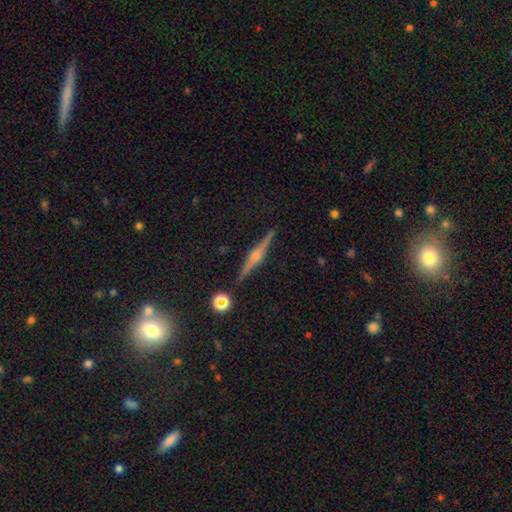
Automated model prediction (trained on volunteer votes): The model was most divided on "smooth or featured": featured or disk: 79%, smooth: 13%, star or artifact: 8%. More confident: edge-on disk — yes (98%); merging — none (90%); edge-on bulge — rounded (85%).